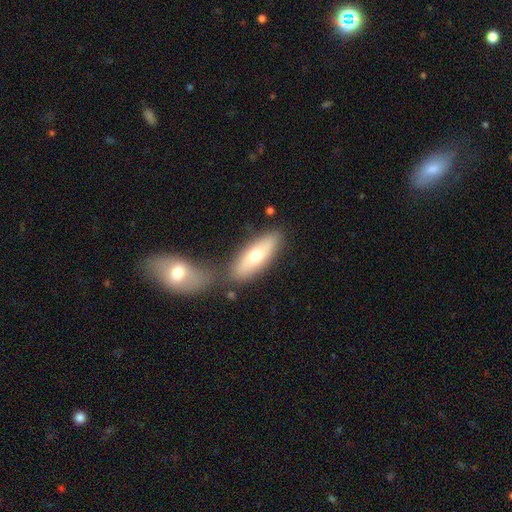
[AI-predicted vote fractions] A smooth galaxy with no disk features (66%) that is in between round and cigar-shaped (68%). Merging: none (61%).